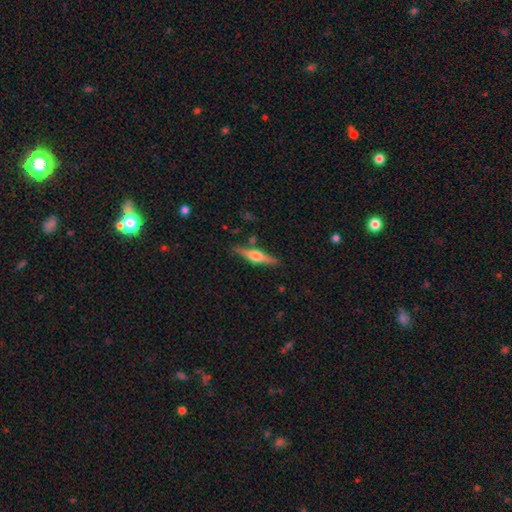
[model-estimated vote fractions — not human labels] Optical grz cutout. It shows a featured or disk galaxy (64%) viewed edge-on (97%) with a rounded central bulge (92%). Merging: none (85%).